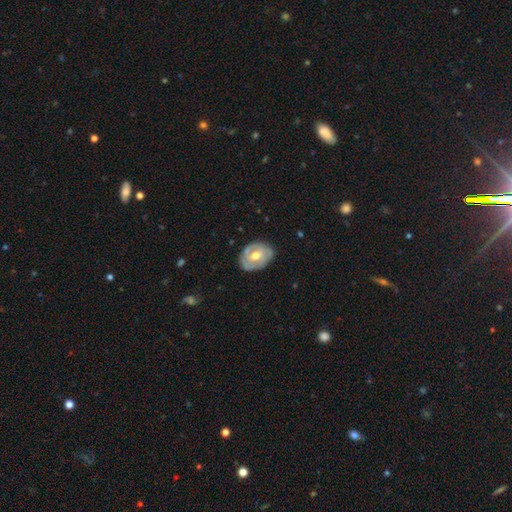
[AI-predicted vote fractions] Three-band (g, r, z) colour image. It shows a featured or disk galaxy (63%) with no bar (60%), spiral arms (59%) and a moderate central bulge (77%). Merging: none (74%).